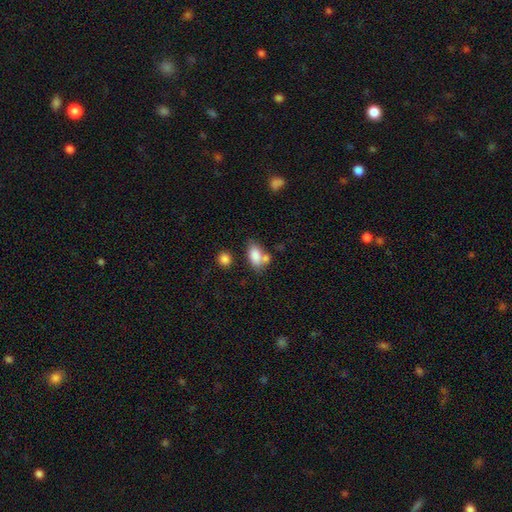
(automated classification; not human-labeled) Smooth or featured?
  - smooth: 82% *
  - featured or disk: 9%
  - star or artifact: 8%
How rounded?
  - in between: 88% *
  - round: 9%
  - cigar-shaped: 4%
Merging?
  - none: 48% *
  - merger: 31%
  - minor disturbance: 16%
  - major disturbance: 6%